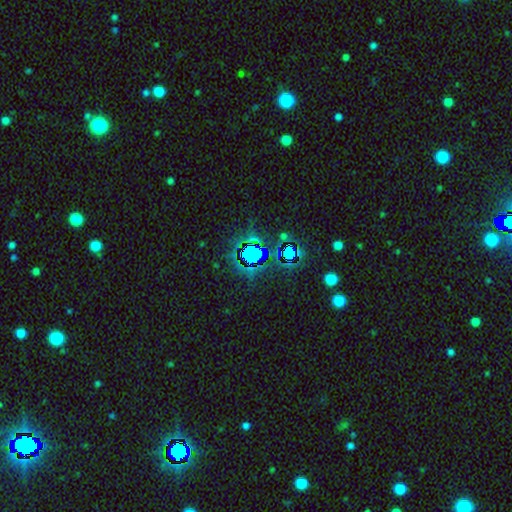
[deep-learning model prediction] Q: Smooth or featured?
A: star or artifact (74%); runner-up: smooth (16%)